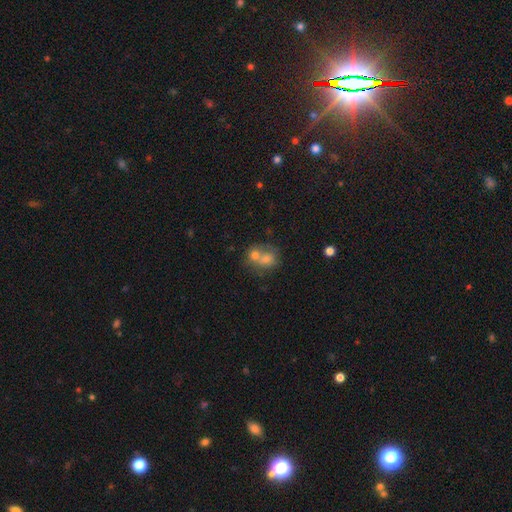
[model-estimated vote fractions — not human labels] This is likely a smooth galaxy (66%). How rounded: likely round (63%). Merging: likely merger (66%).